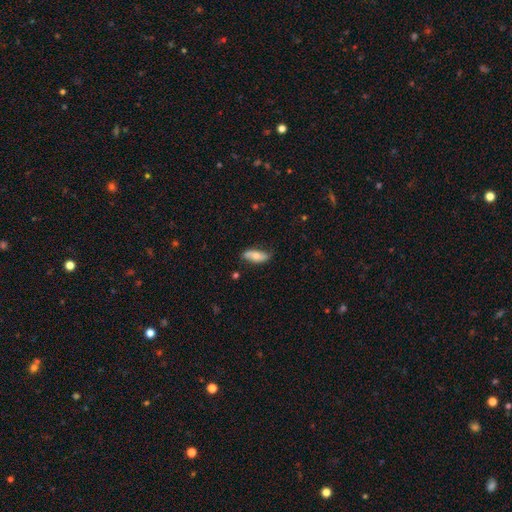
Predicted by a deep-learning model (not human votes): smooth 55%, featured or disk 39%, star or artifact 7%. Down the decision tree: how rounded — in between (79%); merging — none (73%).